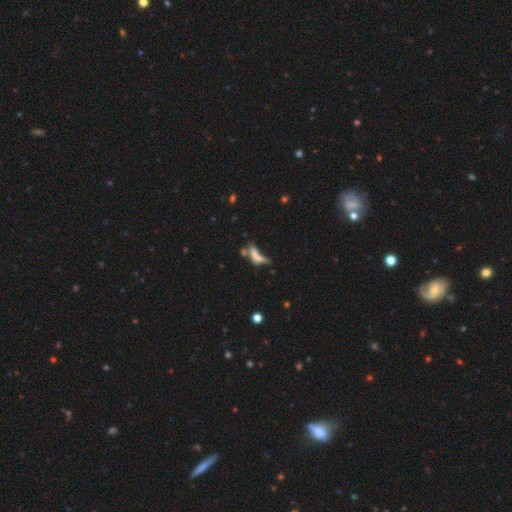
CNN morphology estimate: Smooth or featured?
  - smooth: 50% *
  - featured or disk: 33%
  - star or artifact: 16%
How rounded?
  - in between: 48% *
  - cigar-shaped: 46%
  - round: 6%
Merging?
  - merger: 42% *
  - major disturbance: 23%
  - none: 22%
  - minor disturbance: 13%